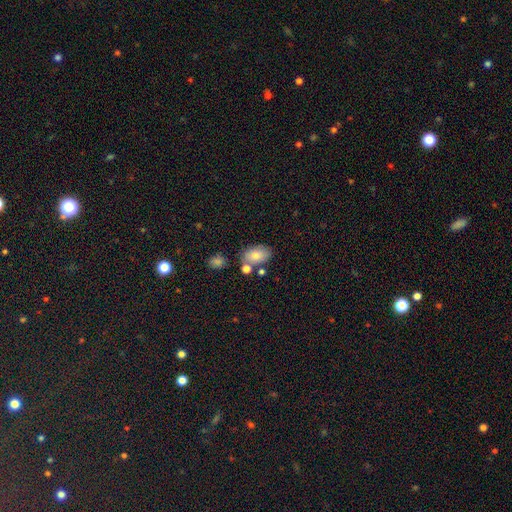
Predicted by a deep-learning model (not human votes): Smooth or featured: smooth — 77% (featured or disk — 14%)
How rounded: in between — 88% (round — 11%)
Merging: none — 66% (minor disturbance — 15%)